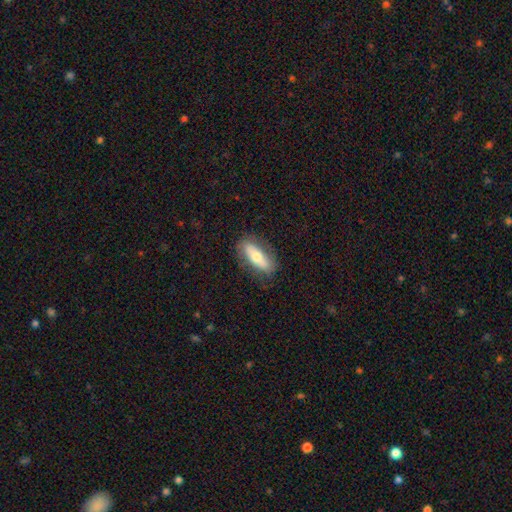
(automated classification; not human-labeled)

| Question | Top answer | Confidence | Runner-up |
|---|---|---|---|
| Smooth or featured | smooth | 58% | featured or disk (35%) |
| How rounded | in between | 61% | cigar-shaped (36%) |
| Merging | none | 81% | minor disturbance (14%) |